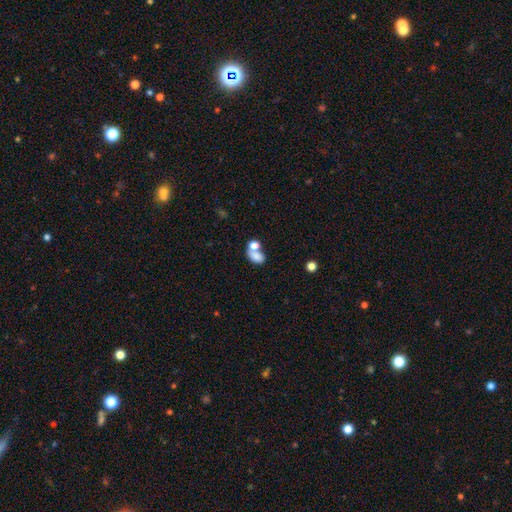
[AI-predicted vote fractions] A smooth galaxy with no disk features (77%) that is in between round and cigar-shaped (80%).

Vote fractions:
- Smooth or featured? smooth: 77% / featured or disk: 13% / star or artifact: 10%
- How rounded? in between: 80% / round: 19% / cigar-shaped: 2%
- Merging? merger: 58% / none: 25% / minor disturbance: 10% / major disturbance: 7%